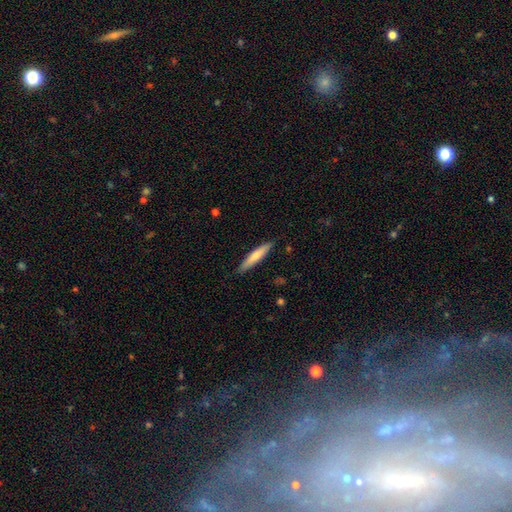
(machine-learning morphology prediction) type=smooth (68%); roundness=cigar-shaped (90%); merging=none (88%).